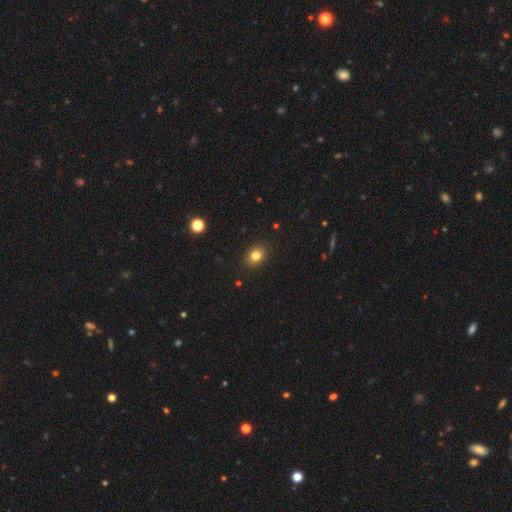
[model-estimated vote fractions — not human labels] Smooth or featured? Predicted: smooth (p=0.82). How rounded? Predicted: in between (p=0.55). Merging? Predicted: none (p=0.89).